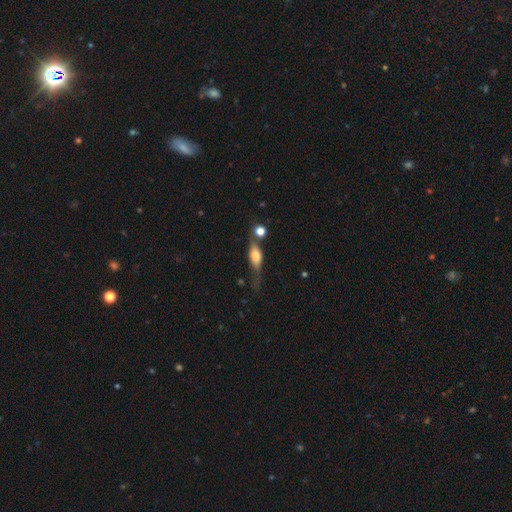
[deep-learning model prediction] smooth-or-featured: smooth: 54% | featured or disk: 37% | star or artifact: 8%
  how-rounded: in between: 62% | cigar-shaped: 31% | round: 8%
  merging: none: 42% | minor disturbance: 26% | major disturbance: 18% | merger: 14%